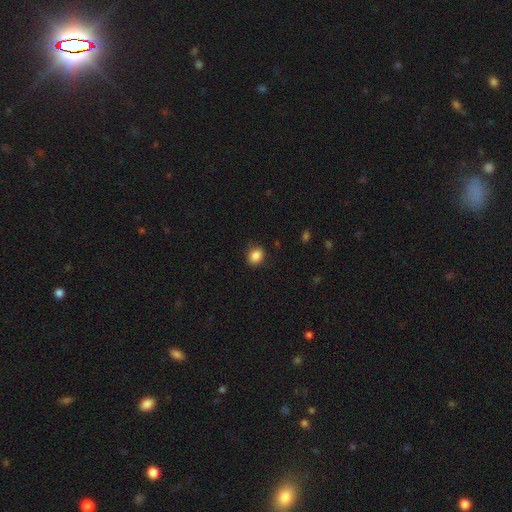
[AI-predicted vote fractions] Smooth or featured?
  - smooth: 87% *
  - star or artifact: 10%
  - featured or disk: 4%
How rounded?
  - round: 62% *
  - in between: 37%
  - cigar-shaped: 1%
Merging?
  - none: 84% *
  - minor disturbance: 12%
  - major disturbance: 3%
  - merger: 1%